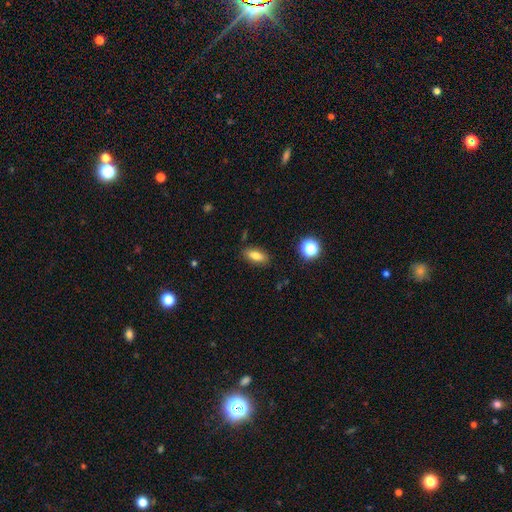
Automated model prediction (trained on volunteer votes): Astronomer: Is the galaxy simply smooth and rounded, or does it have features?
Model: smooth — 77%.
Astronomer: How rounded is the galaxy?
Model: in between — 80%.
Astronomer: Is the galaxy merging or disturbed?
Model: none — 86%.